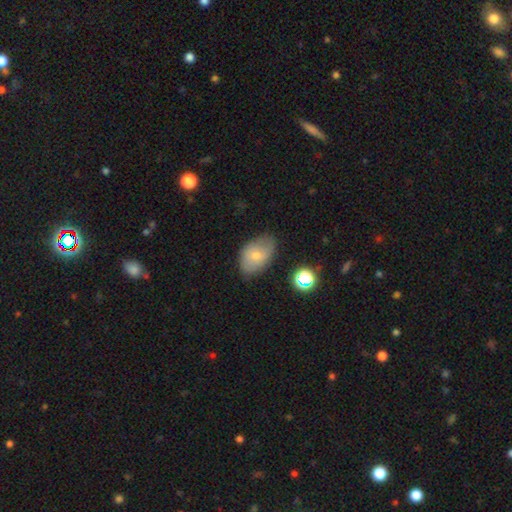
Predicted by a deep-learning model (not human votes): Smooth or featured: smooth — 66% (featured or disk — 24%)
How rounded: in between — 86% (round — 13%)
Merging: none — 67% (minor disturbance — 25%)